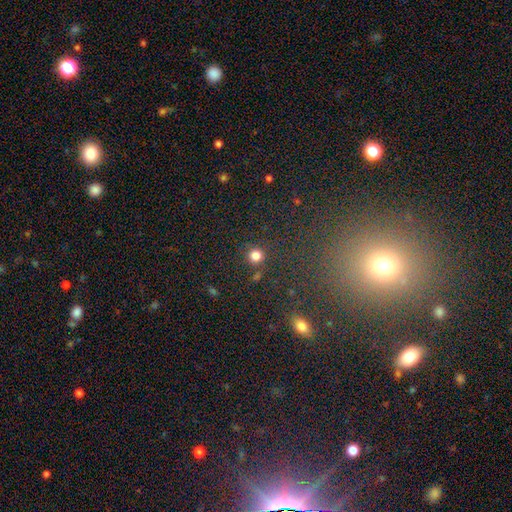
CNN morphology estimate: Smooth or featured: smooth — 81% (star or artifact — 14%)
How rounded: round — 93% (in between — 6%)
Merging: none — 83% (minor disturbance — 8%)